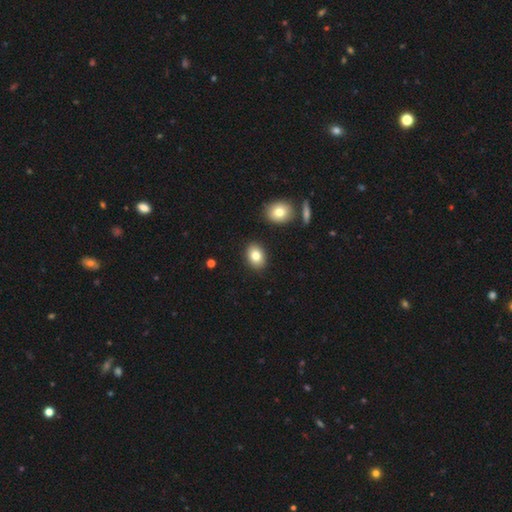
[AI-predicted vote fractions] Smooth or featured?
  - smooth: 82% *
  - featured or disk: 9%
  - star or artifact: 9%
How rounded?
  - in between: 77% *
  - round: 22%
  - cigar-shaped: 1%
Merging?
  - none: 87% *
  - minor disturbance: 8%
  - merger: 3%
  - major disturbance: 2%